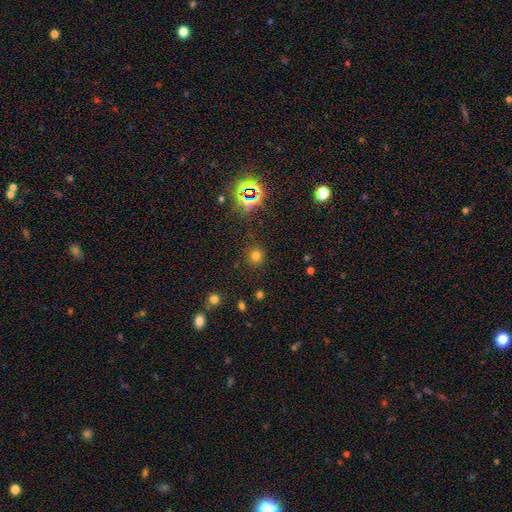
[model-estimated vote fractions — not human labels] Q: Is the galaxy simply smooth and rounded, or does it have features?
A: smooth — 69%.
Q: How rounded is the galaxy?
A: round — 93%.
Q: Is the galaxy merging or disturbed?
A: none — 88%.